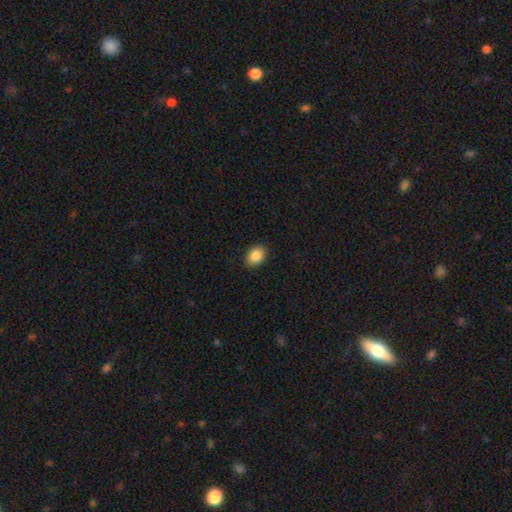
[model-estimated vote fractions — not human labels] Morphology: type=smooth (88%); roundness=in between (73%); merging=none (89%).